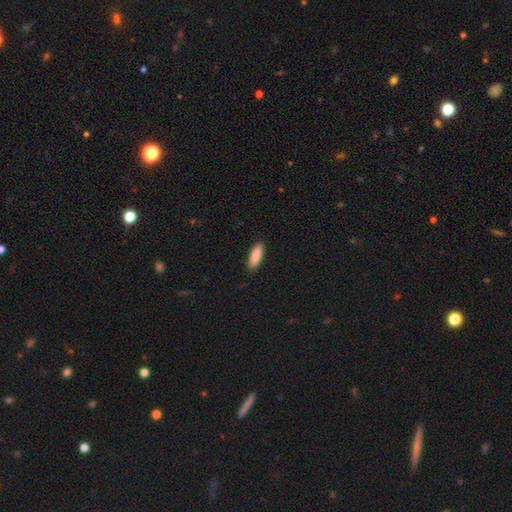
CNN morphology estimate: smooth_or_featured: smooth (p=0.89) [alt: star or artifact p=0.06]
how_rounded: in between (p=0.59) [alt: cigar-shaped p=0.40]
merging: none (p=0.88) [alt: minor disturbance p=0.09]